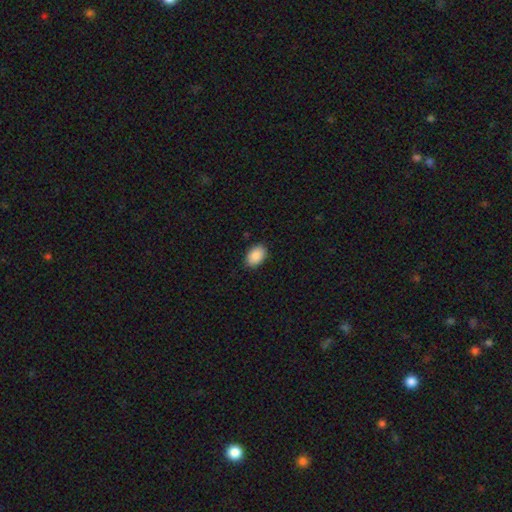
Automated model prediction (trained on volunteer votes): Smooth or featured? Predicted: smooth (p=0.89). How rounded? Predicted: in between (p=0.88). Merging? Predicted: none (p=0.88).